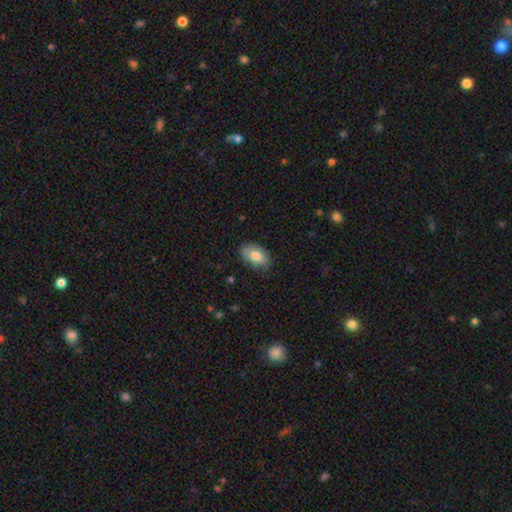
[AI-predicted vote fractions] A smooth galaxy with no disk features (78%) that is in between round and cigar-shaped (91%). Merging: none (81%).